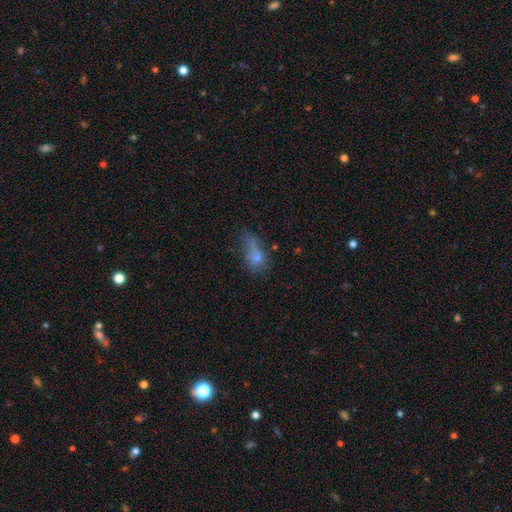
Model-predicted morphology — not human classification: Smooth or featured?
  - smooth: 64% *
  - featured or disk: 21%
  - star or artifact: 15%
How rounded?
  - in between: 74% *
  - round: 19%
  - cigar-shaped: 7%
Merging?
  - major disturbance: 34% *
  - none: 28%
  - minor disturbance: 26%
  - merger: 11%